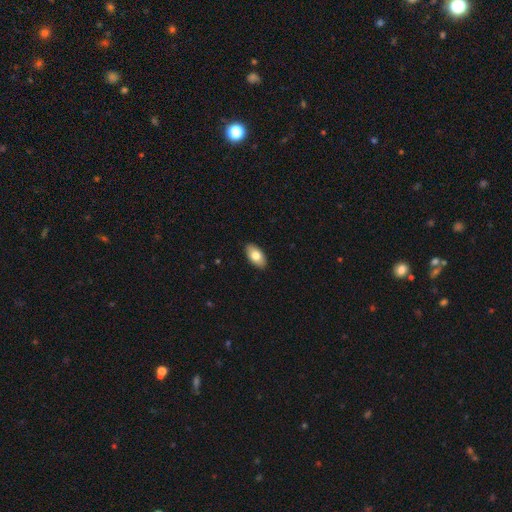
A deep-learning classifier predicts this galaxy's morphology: This is likely a smooth galaxy (77%). How rounded: clearly in between (94%). Merging: clearly none (90%).